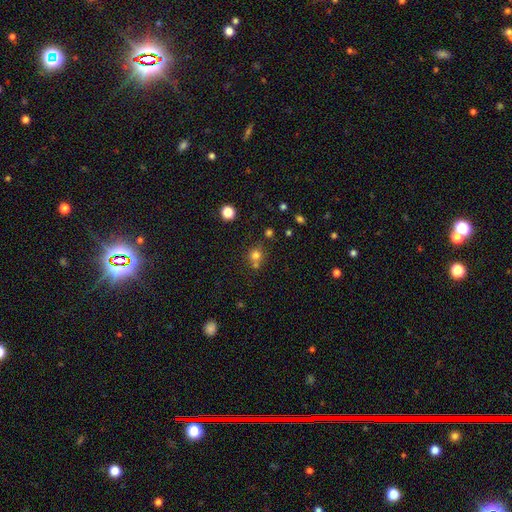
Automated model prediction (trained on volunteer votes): Morphology: type=smooth (74%); roundness=round (88%); merging=none (58%).